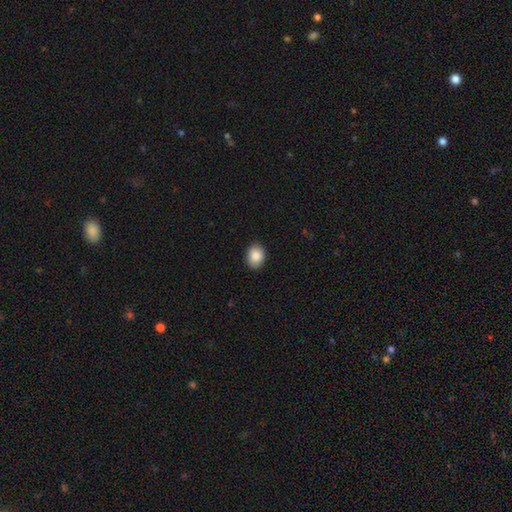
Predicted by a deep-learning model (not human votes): smooth 89%, star or artifact 8%, featured or disk 4%. Down the decision tree: how rounded — in between (62%); merging — none (88%).